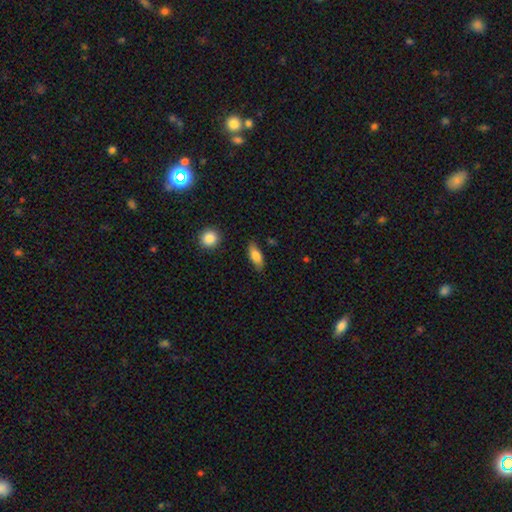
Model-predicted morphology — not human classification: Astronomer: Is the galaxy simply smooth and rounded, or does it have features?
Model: smooth — 78%.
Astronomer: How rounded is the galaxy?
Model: in between — 78%.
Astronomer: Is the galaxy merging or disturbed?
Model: none — 81%.